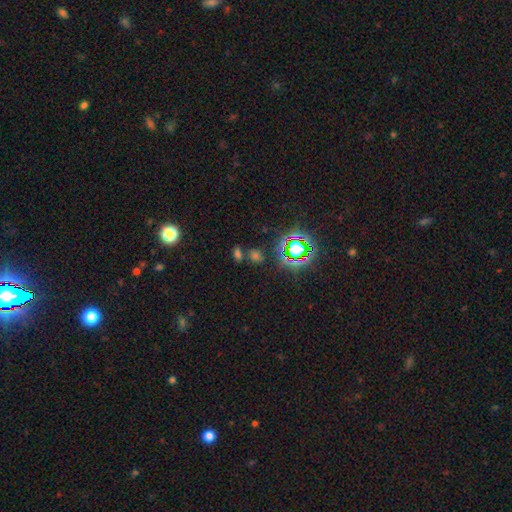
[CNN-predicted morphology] Q: Smooth or featured?
A: star or artifact (47%); runner-up: smooth (44%)